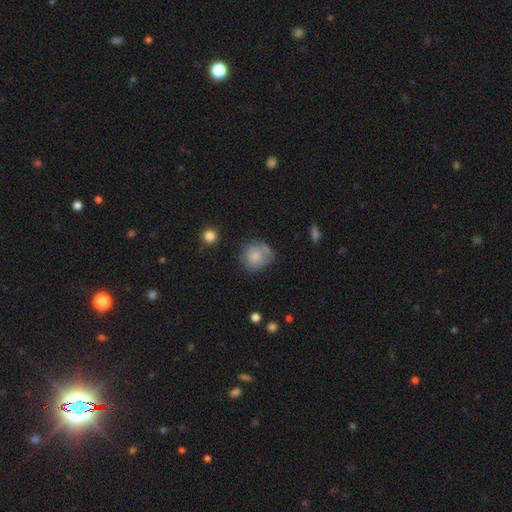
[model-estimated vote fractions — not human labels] smooth-or-featured: smooth: 75% | featured or disk: 17% | star or artifact: 8%
  how-rounded: round: 79% | in between: 20% | cigar-shaped: 1%
  merging: none: 56% | minor disturbance: 27% | major disturbance: 11% | merger: 6%